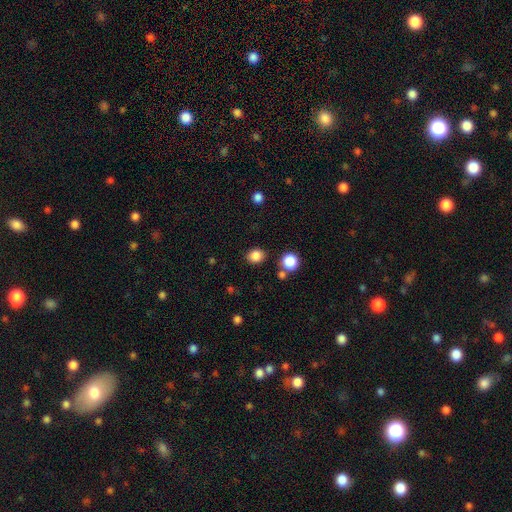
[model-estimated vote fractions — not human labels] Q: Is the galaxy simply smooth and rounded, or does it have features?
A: smooth — 85%.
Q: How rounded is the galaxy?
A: round — 63%.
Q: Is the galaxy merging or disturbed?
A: none — 83%.